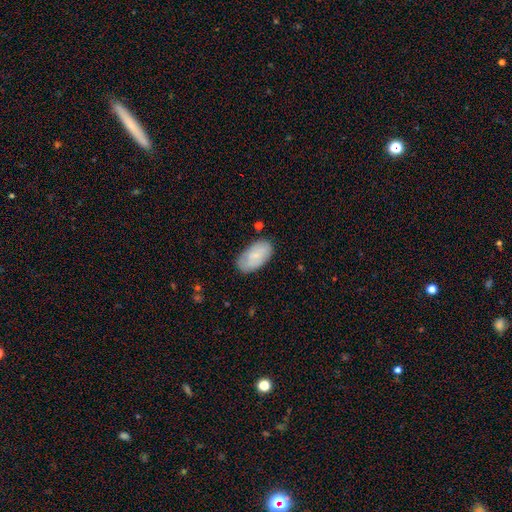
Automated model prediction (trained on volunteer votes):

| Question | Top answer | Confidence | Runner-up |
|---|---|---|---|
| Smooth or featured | smooth | 76% | featured or disk (17%) |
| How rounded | in between | 95% | round (3%) |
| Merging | none | 75% | minor disturbance (19%) |